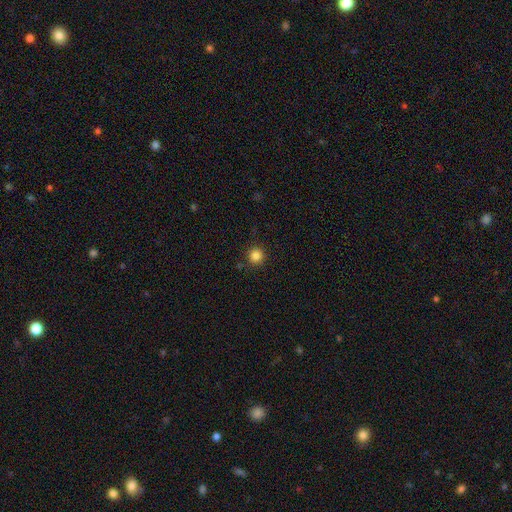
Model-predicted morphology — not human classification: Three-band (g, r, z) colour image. It shows a smooth galaxy with no disk features (84%) that is round (95%). Merging: none (90%).